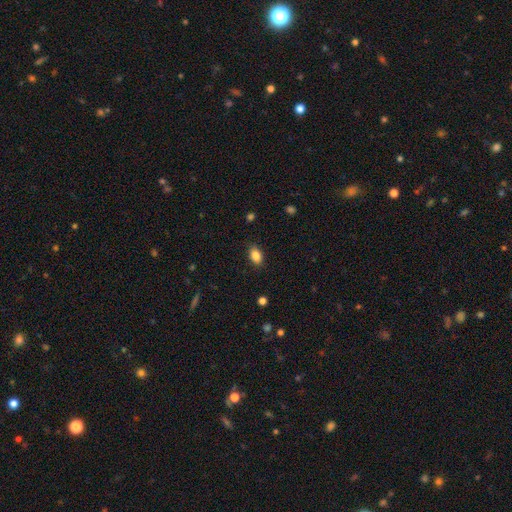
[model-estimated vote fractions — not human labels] Smooth or featured? Predicted: smooth (p=0.86). How rounded? Predicted: in between (p=0.86). Merging? Predicted: none (p=0.86).